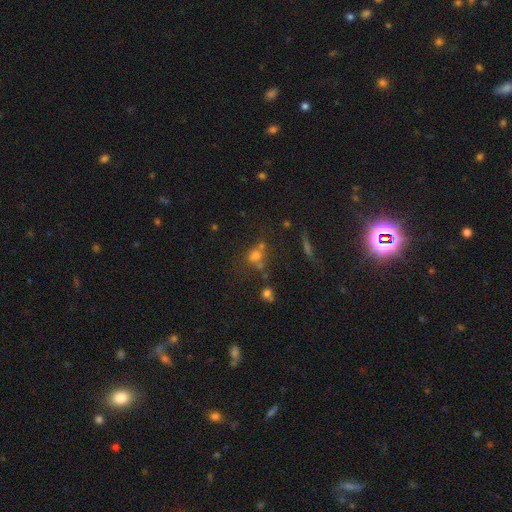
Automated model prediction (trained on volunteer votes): This appears to be a smooth galaxy with no disk features (61%) that is round (75%). Merging: none (46%).